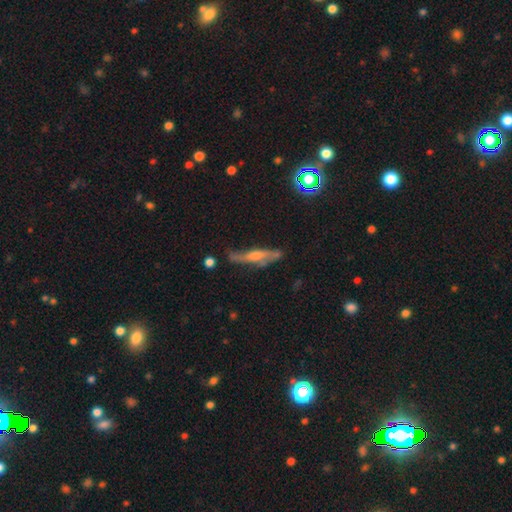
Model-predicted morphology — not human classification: Q: Smooth or featured?
A: featured or disk (63%); runner-up: smooth (28%)
Q: Edge-on disk?
A: yes (73%); runner-up: no (27%)
Q: Merging?
A: none (64%); runner-up: minor disturbance (24%)